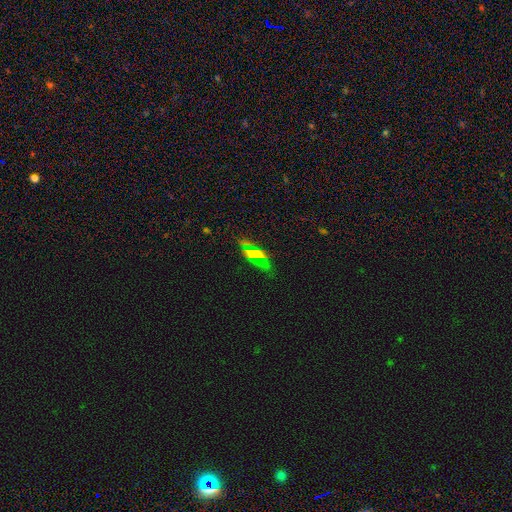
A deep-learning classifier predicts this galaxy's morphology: smooth 48%, featured or disk 27%, star or artifact 25%. Down the decision tree: merging — none (78%).